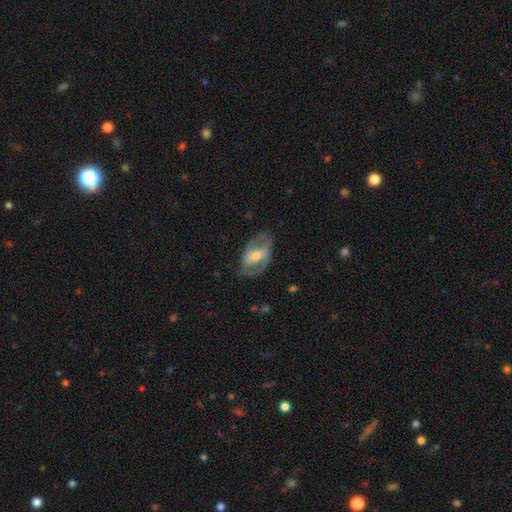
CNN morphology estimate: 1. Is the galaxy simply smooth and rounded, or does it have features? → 74% featured or disk, 20% smooth, 6% star or artifact.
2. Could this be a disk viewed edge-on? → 94% no, 6% yes.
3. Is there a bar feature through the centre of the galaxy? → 39% weak, 38% strong, 23% no.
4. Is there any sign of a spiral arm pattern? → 77% yes, 23% no.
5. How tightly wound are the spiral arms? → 48% medium, 29% tight, 23% loose.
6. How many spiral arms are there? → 77% 2, 13% can't tell, 7% 1, 2% 3, 1% 4, 1% more than 4.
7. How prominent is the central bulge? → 57% moderate, 36% small, 5% large, 2% none, 1% dominant.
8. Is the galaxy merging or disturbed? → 65% none, 20% minor disturbance, 14% major disturbance, 1% merger.